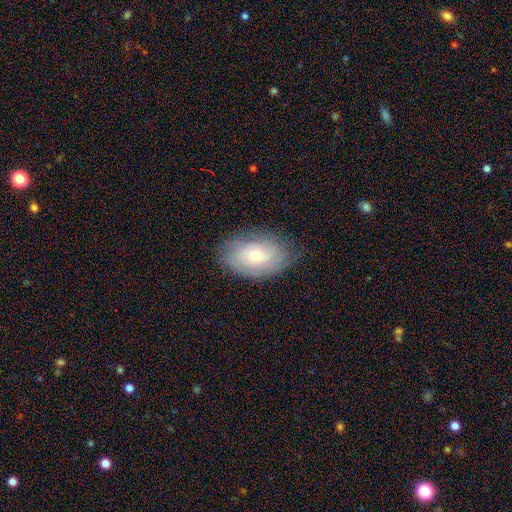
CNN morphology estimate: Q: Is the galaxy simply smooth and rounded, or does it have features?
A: featured or disk — 52%.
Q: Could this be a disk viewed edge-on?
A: no — 93%.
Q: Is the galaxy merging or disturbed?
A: none — 74%.